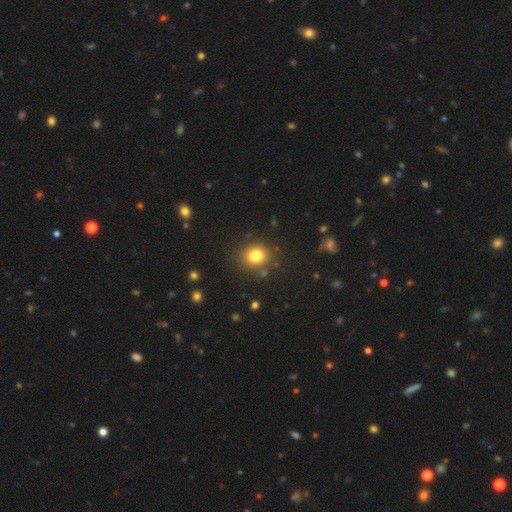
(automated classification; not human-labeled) A smooth galaxy with no disk features (80%) that is round (76%). Merging: none (84%).